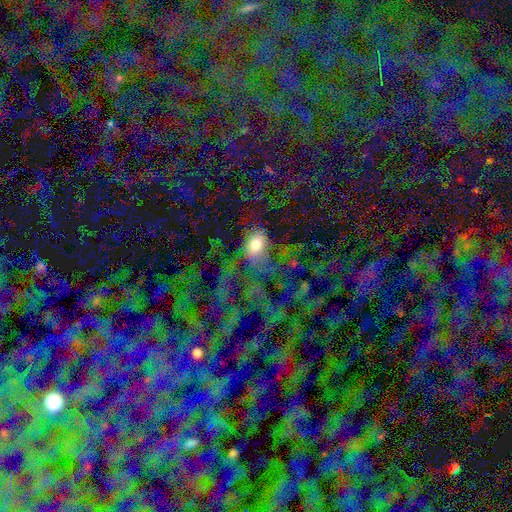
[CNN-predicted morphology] A star or artifact, not a galaxy (69%).

Vote fractions:
- Smooth or featured? star or artifact: 69% / smooth: 20% / featured or disk: 11%